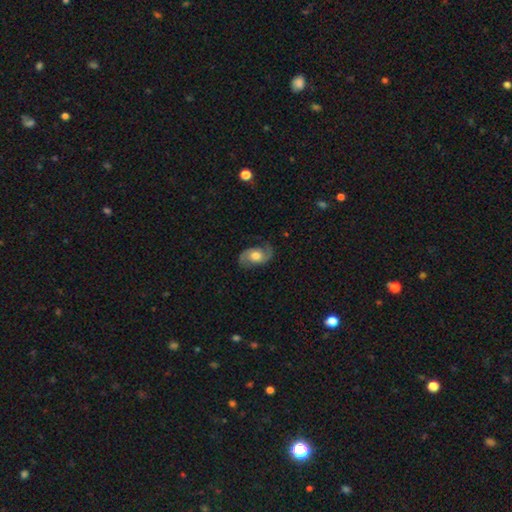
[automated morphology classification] A featured or disk galaxy (77%) with no bar (68%), 2 (92%) medium (46%) spiral arms (93%) and a moderate central bulge (68%). Merging: none (76%).